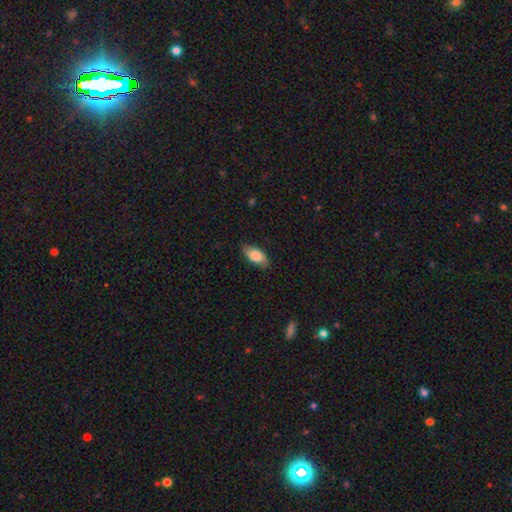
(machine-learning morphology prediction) Smooth or featured: smooth — 77% (featured or disk — 17%)
How rounded: in between — 88% (cigar-shaped — 9%)
Merging: none — 81% (minor disturbance — 15%)